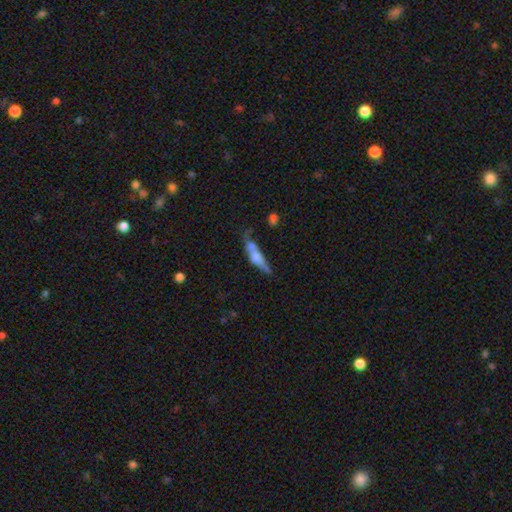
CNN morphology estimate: smooth_or_featured: featured or disk (p=0.47) [alt: smooth p=0.45]
merging: none (p=0.36) [alt: merger p=0.26]